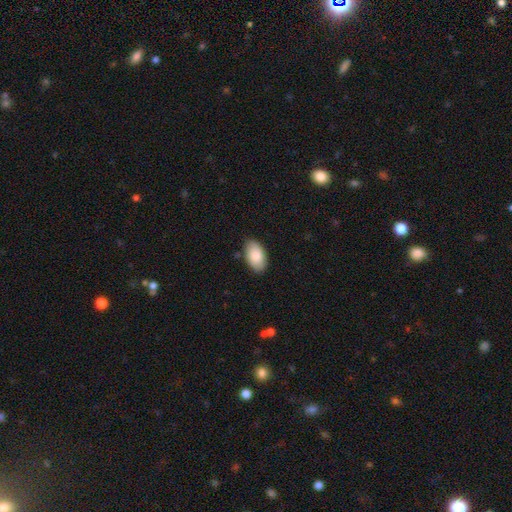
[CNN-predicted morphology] Q: Smooth or featured?
A: smooth (85%); runner-up: featured or disk (9%)
Q: How rounded?
A: in between (95%); runner-up: round (4%)
Q: Merging?
A: none (82%); runner-up: minor disturbance (14%)